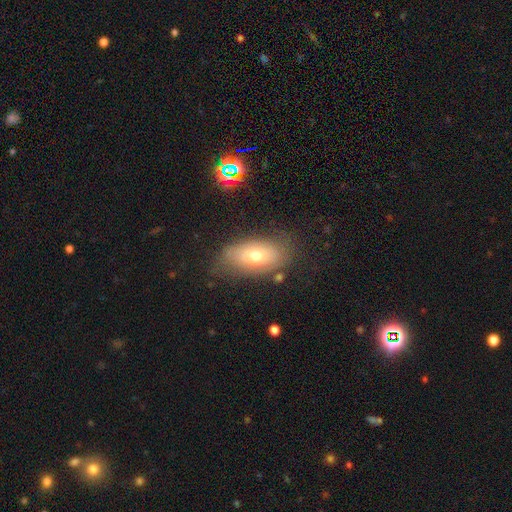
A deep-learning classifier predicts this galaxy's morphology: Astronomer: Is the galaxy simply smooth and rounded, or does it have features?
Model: smooth — 64%.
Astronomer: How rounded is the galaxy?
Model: in between — 89%.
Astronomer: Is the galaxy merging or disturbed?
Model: none — 69%.